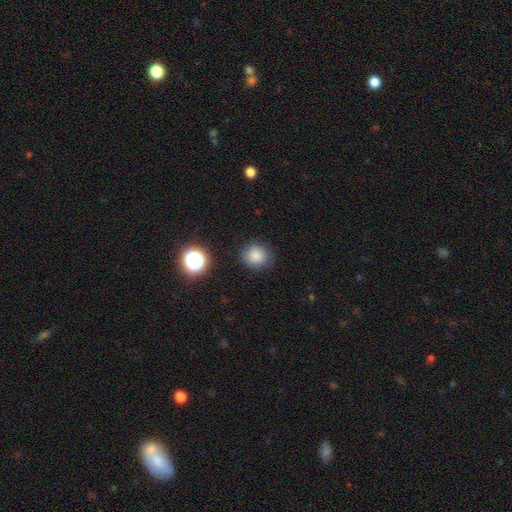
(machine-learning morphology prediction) The model was most divided on "how rounded": round: 81%, in between: 18%, cigar-shaped: 1%. More confident: merging — none (84%); smooth or featured — smooth (83%).